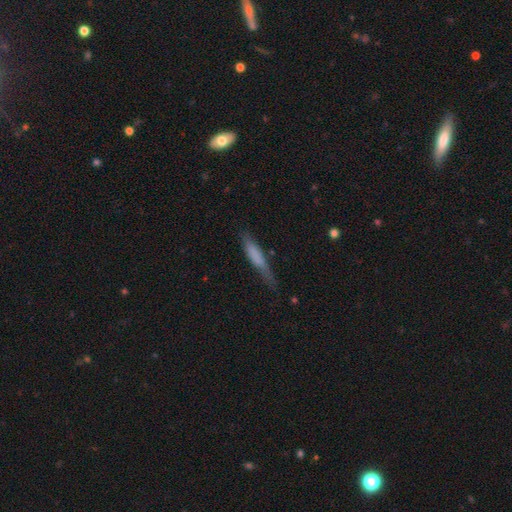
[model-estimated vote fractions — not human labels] Morphology: type=smooth (67%); roundness=cigar-shaped (87%); merging=none (58%).